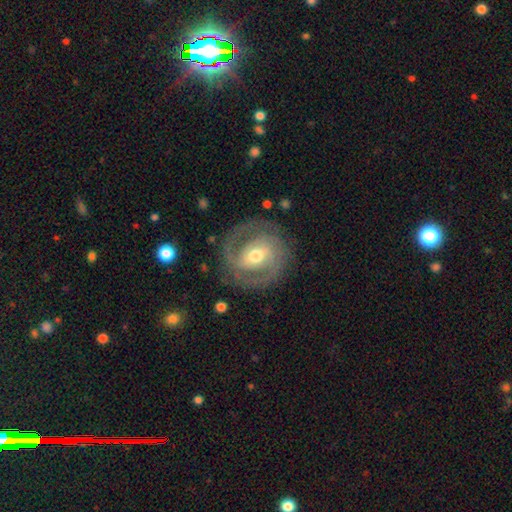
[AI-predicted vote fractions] This is clearly a featured or disk galaxy (86%). It is clearly not viewed edge-on (97%). Bar: possibly weak (48%). Spiral arm pattern: clearly yes (94%). Spiral arm count: likely 2 (78%). Spiral winding: possibly tight (49%). Central bulge: likely moderate (69%). Merging: clearly none (80%).